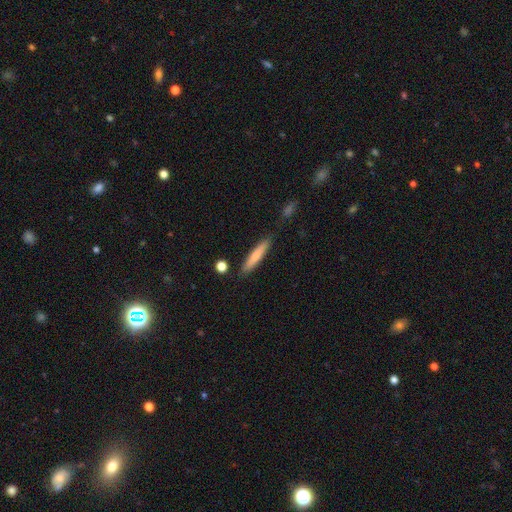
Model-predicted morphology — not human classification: Q: Smooth or featured?
A: smooth (75%); runner-up: featured or disk (19%)
Q: How rounded?
A: cigar-shaped (89%); runner-up: in between (9%)
Q: Merging?
A: none (84%); runner-up: minor disturbance (11%)